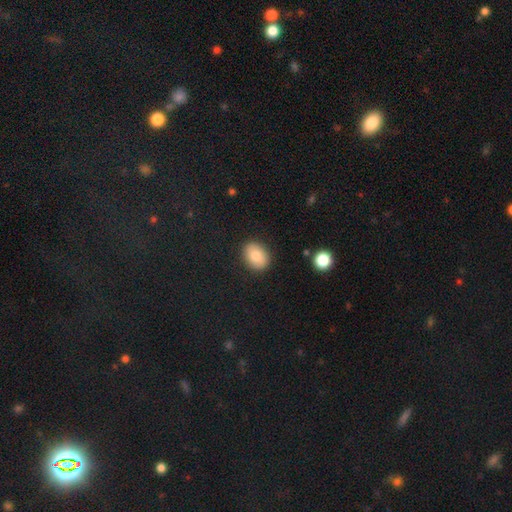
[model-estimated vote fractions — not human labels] A smooth galaxy with no disk features (80%) that is in between round and cigar-shaped (67%). Merging: none (88%).